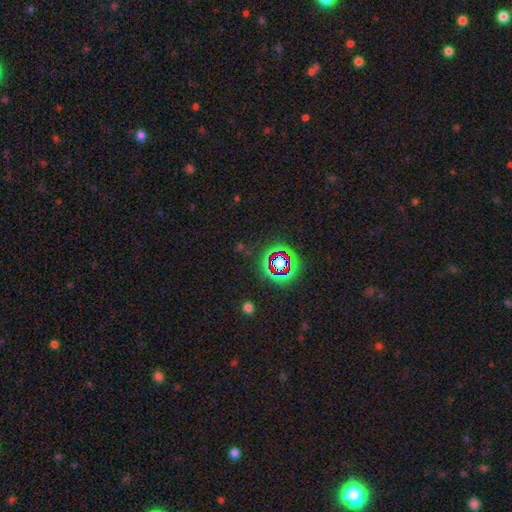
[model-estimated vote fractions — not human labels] A star or artifact, not a galaxy (75%).